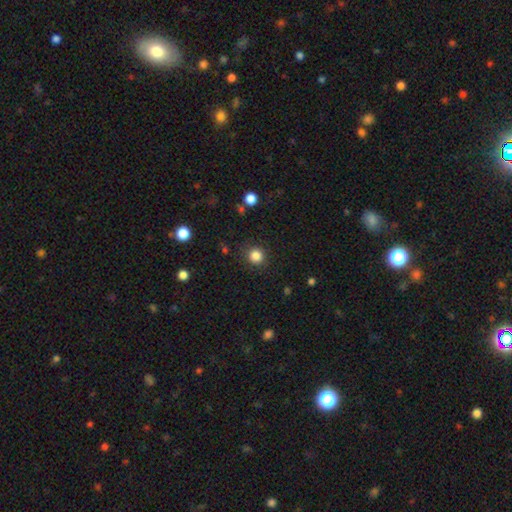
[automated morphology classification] Smooth or featured?
  - smooth: 85% *
  - star or artifact: 11%
  - featured or disk: 4%
How rounded?
  - round: 92% *
  - in between: 7%
  - cigar-shaped: 1%
Merging?
  - none: 88% *
  - minor disturbance: 8%
  - major disturbance: 3%
  - merger: 1%